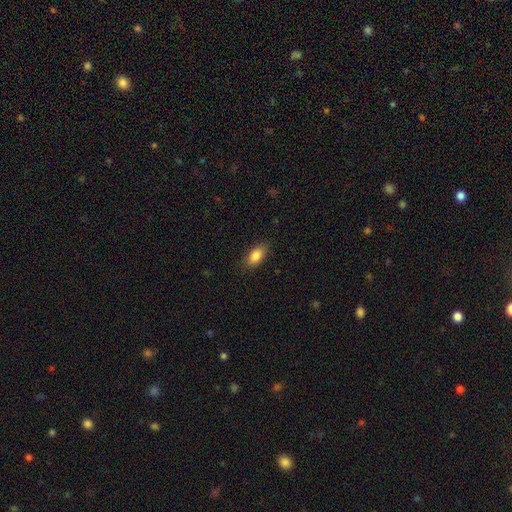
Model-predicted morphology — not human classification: Overall: smooth (85%). How rounded: in between (89%). Merging: none (83%).